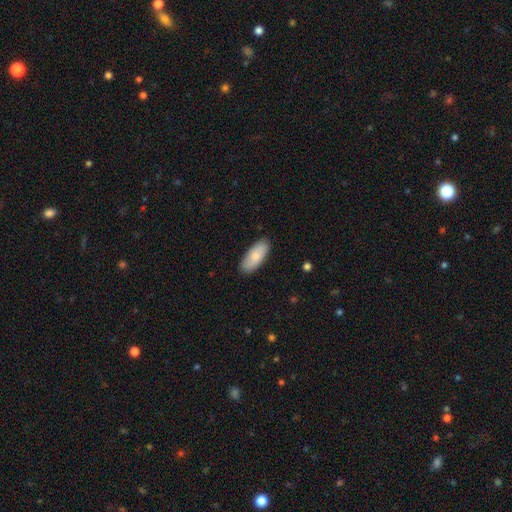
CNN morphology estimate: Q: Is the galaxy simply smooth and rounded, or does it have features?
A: smooth — 84%.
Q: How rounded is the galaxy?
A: in between — 84%.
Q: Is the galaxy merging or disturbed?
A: none — 87%.